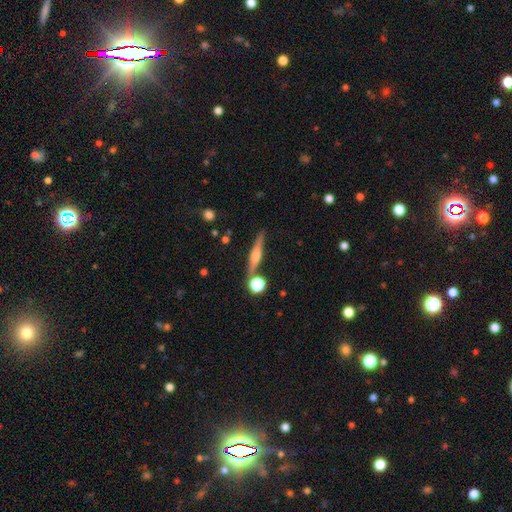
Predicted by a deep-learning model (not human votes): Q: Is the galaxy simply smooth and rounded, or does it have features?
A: featured or disk — 67%.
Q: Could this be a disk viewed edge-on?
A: yes — 97%.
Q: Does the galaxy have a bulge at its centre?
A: rounded — 79%.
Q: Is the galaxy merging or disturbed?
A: none — 81%.